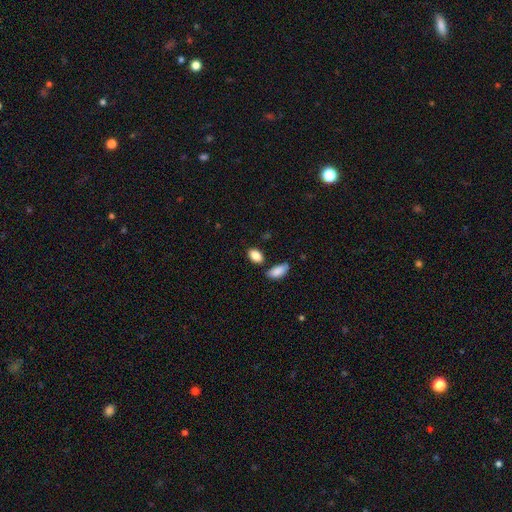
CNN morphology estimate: Overall: smooth (87%). How rounded: in between (91%). Merging: none (73%).